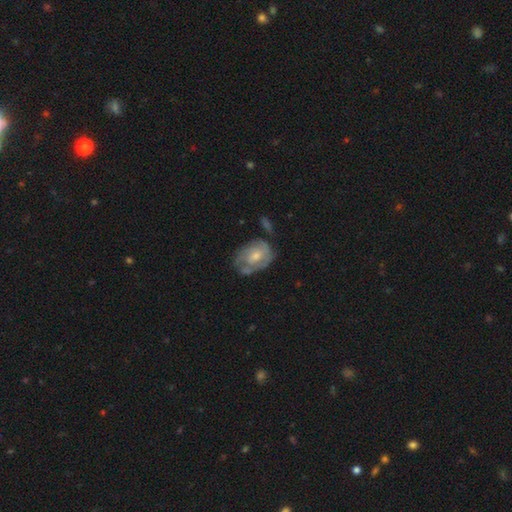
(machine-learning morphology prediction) The model was most divided on "bulge size": moderate: 53%, small: 36%, large: 6%, none: 4%, dominant: 1%. More confident: edge-on disk — no (96%); bar — no (71%); spiral arms — yes (68%); smooth or featured — featured or disk (60%); merging — none (52%).